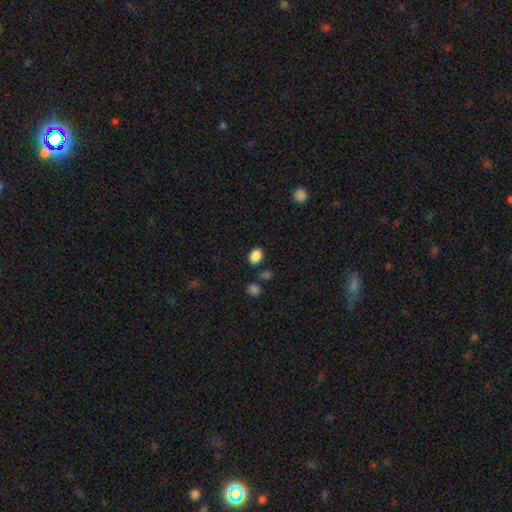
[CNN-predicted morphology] Smooth or featured: smooth — 87% (star or artifact — 10%)
How rounded: in between — 76% (round — 23%)
Merging: none — 82% (minor disturbance — 11%)